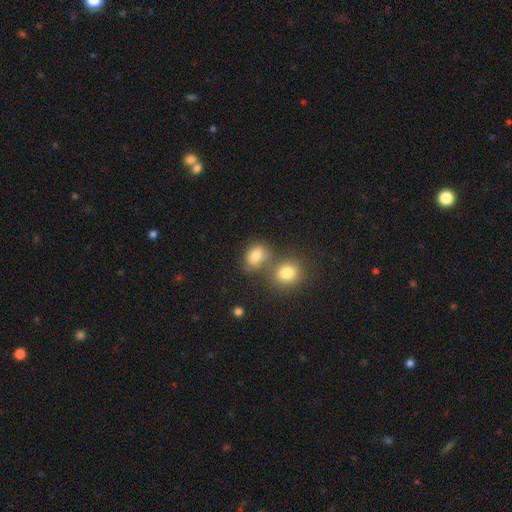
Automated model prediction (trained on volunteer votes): Smooth or featured: smooth — 77% (star or artifact — 12%)
How rounded: in between — 53% (round — 45%)
Merging: none — 51% (merger — 30%)